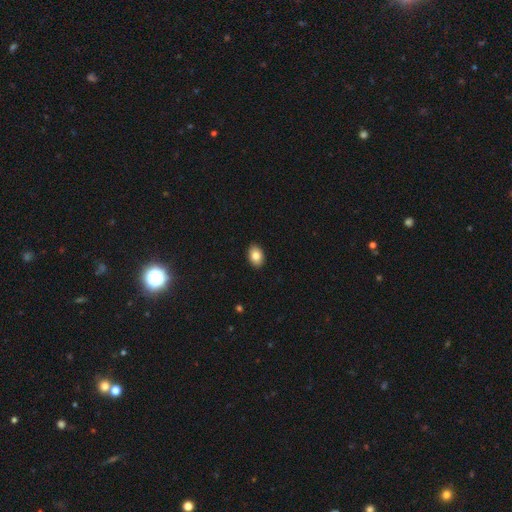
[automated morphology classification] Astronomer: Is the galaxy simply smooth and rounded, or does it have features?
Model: smooth — 83%.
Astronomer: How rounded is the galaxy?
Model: in between — 83%.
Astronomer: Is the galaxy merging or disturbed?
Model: none — 90%.